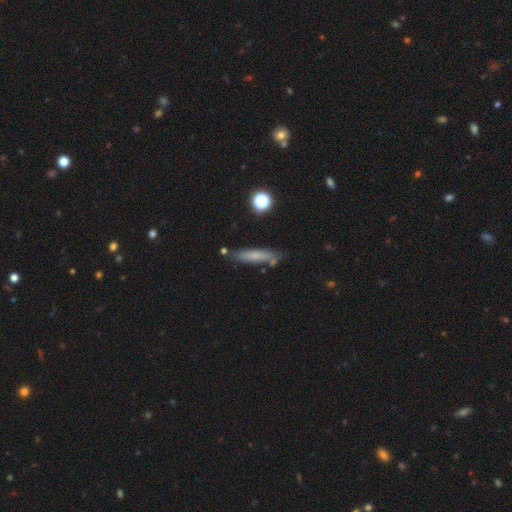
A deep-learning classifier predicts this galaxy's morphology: Overall: smooth (64%; featured or disk 26%). How rounded: cigar-shaped (83%). Merging: none (74%).